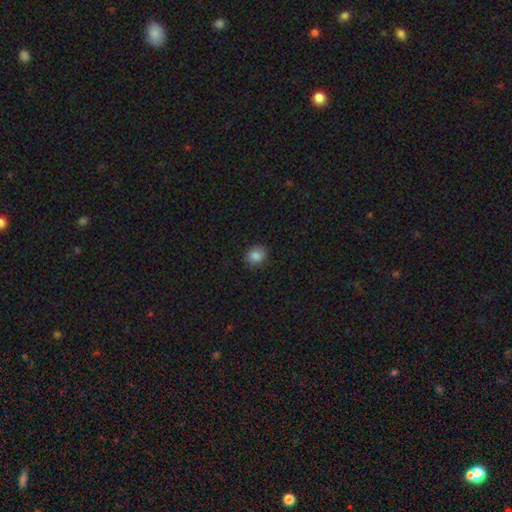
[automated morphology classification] Smooth or featured: smooth — 84% (star or artifact — 10%)
How rounded: round — 60% (in between — 39%)
Merging: none — 86% (minor disturbance — 11%)